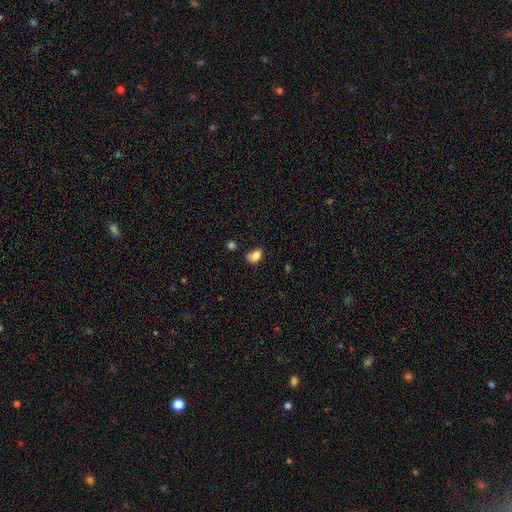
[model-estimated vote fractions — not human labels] smooth_or_featured: smooth (p=0.83) [alt: star or artifact p=0.09]
how_rounded: in between (p=0.84) [alt: round p=0.14]
merging: none (p=0.48) [alt: minor disturbance p=0.34]